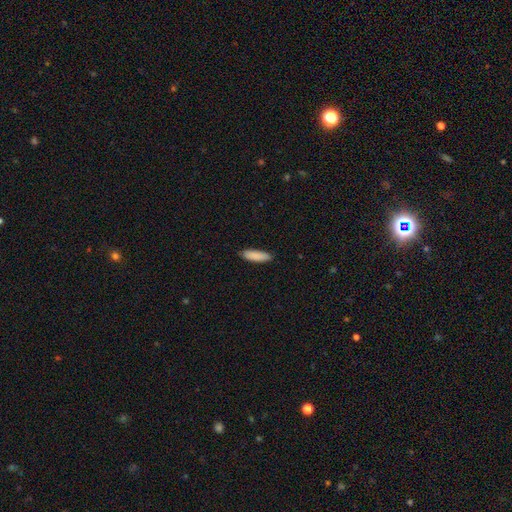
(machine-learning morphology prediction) Q: Smooth or featured?
A: smooth (89%); runner-up: star or artifact (6%)
Q: How rounded?
A: cigar-shaped (57%); runner-up: in between (41%)
Q: Merging?
A: none (87%); runner-up: minor disturbance (10%)